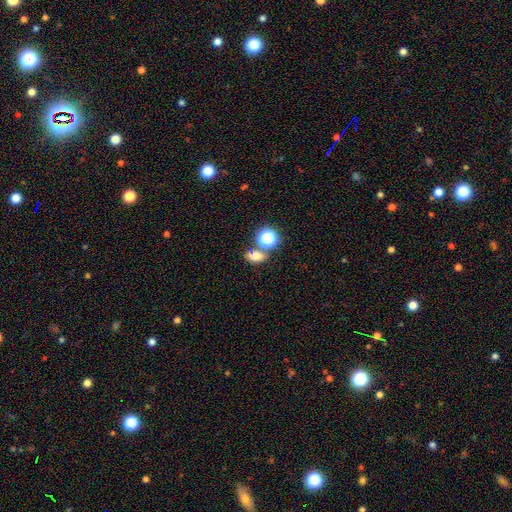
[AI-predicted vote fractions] Q: Smooth or featured?
A: smooth (69%); runner-up: star or artifact (20%)
Q: How rounded?
A: in between (67%); runner-up: round (28%)
Q: Merging?
A: none (64%); runner-up: merger (21%)